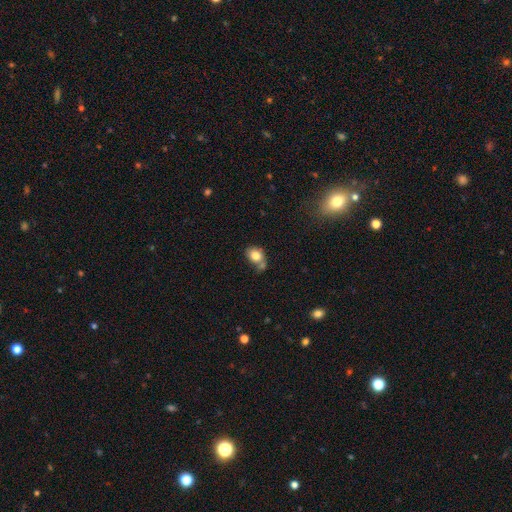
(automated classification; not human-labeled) A smooth galaxy with no disk features (78%) that is in between round and cigar-shaped (60%). Merging: none (42%).